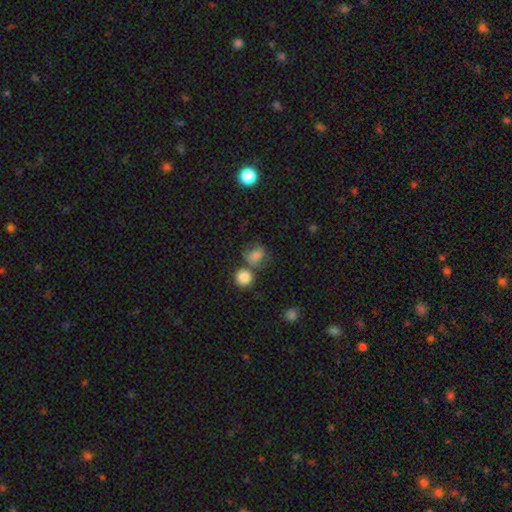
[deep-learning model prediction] smooth-or-featured: smooth: 71% | featured or disk: 15% | star or artifact: 14%
  how-rounded: round: 60% | in between: 39% | cigar-shaped: 1%
  merging: none: 44% | merger: 25% | minor disturbance: 19% | major disturbance: 12%